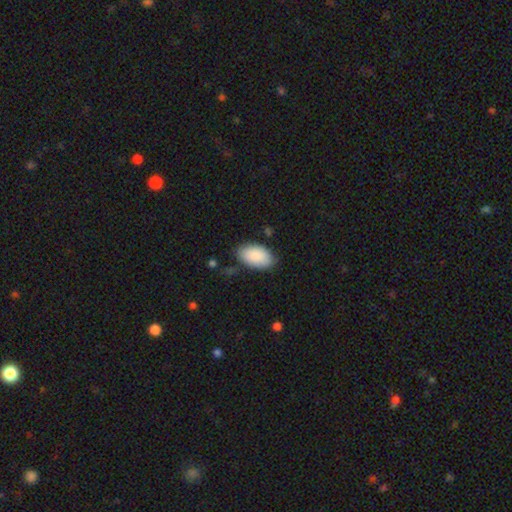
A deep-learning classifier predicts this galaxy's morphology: Smooth or featured: smooth — 89% (star or artifact — 6%)
How rounded: in between — 95% (round — 3%)
Merging: none — 80% (minor disturbance — 15%)